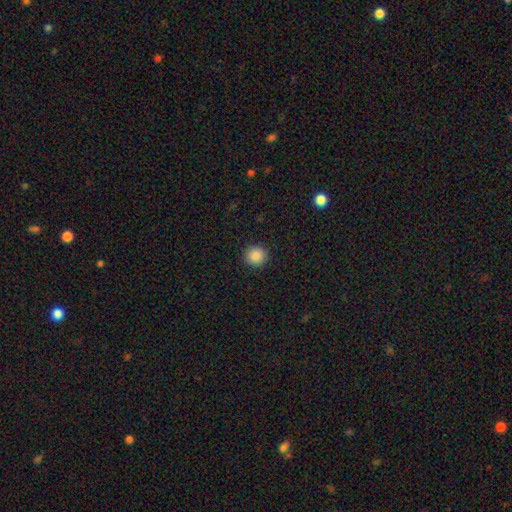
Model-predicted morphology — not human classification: type=smooth (88%); roundness=round (94%); merging=none (92%).